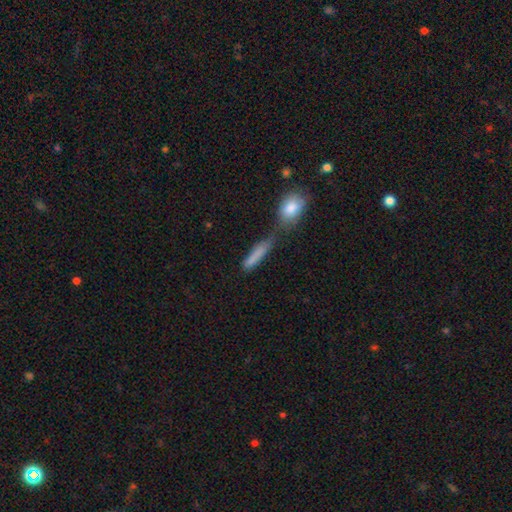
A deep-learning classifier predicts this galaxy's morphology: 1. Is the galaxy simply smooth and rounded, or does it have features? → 79% smooth, 12% featured or disk, 9% star or artifact.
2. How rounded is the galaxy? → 75% cigar-shaped, 20% in between, 4% round.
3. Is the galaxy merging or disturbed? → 46% none, 34% merger, 13% minor disturbance, 7% major disturbance.